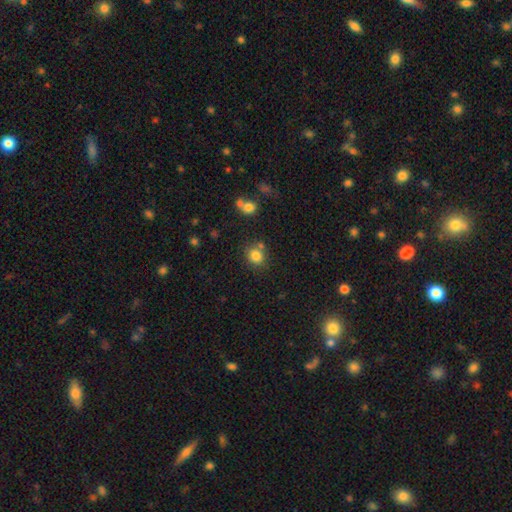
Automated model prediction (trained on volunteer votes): Smooth or featured? Predicted: smooth (p=0.82). How rounded? Predicted: round (p=0.80). Merging? Predicted: none (p=0.70).